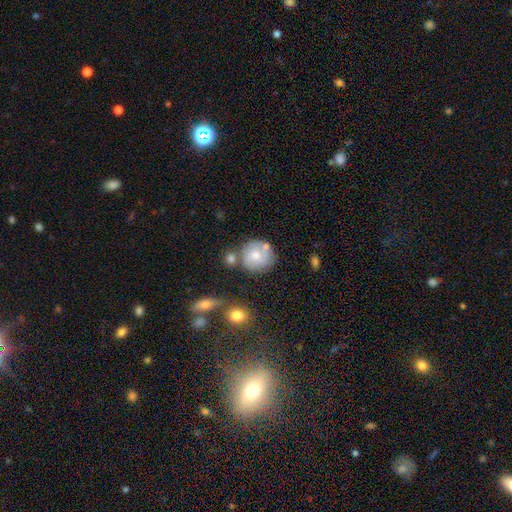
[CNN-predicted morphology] smooth 58%, featured or disk 35%, star or artifact 8%. Down the decision tree: how rounded — round (87%); merging — none (61%).